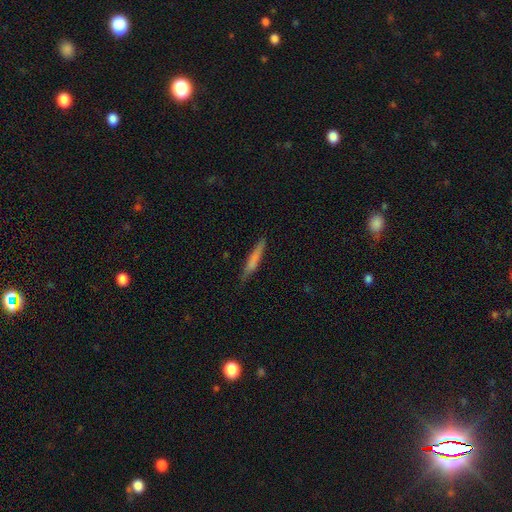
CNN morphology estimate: Smooth or featured? smooth (66%)
How rounded? cigar-shaped (94%)
Merging? none (82%)